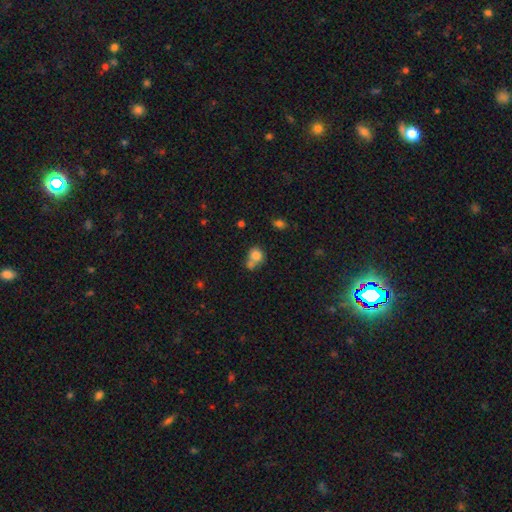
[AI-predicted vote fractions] Smooth or featured?
  - smooth: 78% *
  - featured or disk: 11%
  - star or artifact: 11%
How rounded?
  - round: 66% *
  - in between: 33%
  - cigar-shaped: 1%
Merging?
  - merger: 47% *
  - none: 34%
  - minor disturbance: 13%
  - major disturbance: 6%